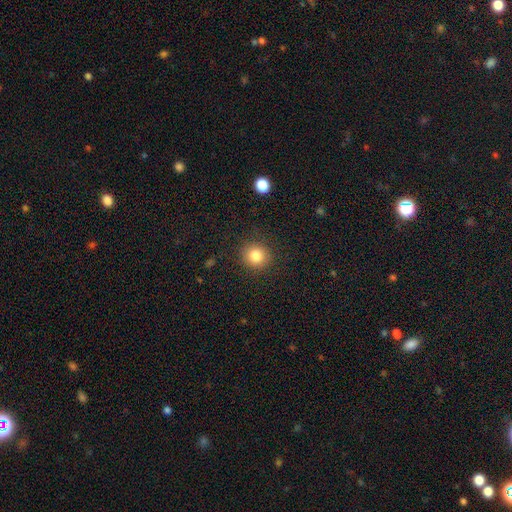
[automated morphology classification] Smooth or featured: smooth — 83% (star or artifact — 11%)
How rounded: round — 89% (in between — 10%)
Merging: none — 89% (minor disturbance — 7%)